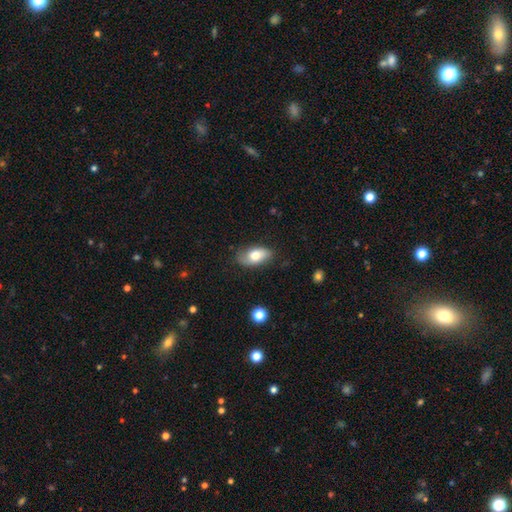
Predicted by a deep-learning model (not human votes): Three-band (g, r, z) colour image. It shows a smooth galaxy with no disk features (65%) that is in between round and cigar-shaped (92%). Merging: none (72%).